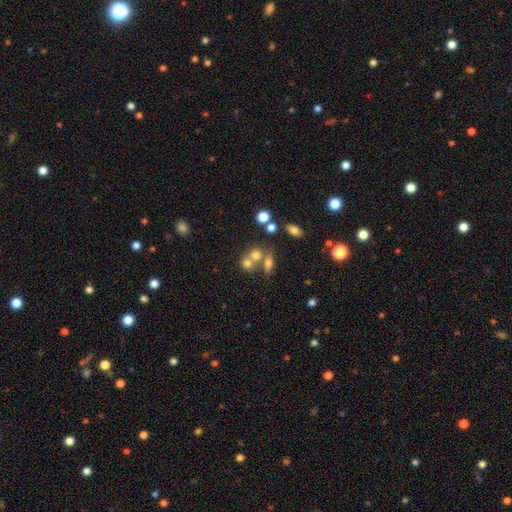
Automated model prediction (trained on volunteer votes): Q: Smooth or featured?
A: smooth (66%); runner-up: featured or disk (18%)
Q: How rounded?
A: round (65%); runner-up: in between (32%)
Q: Merging?
A: merger (50%); runner-up: none (37%)